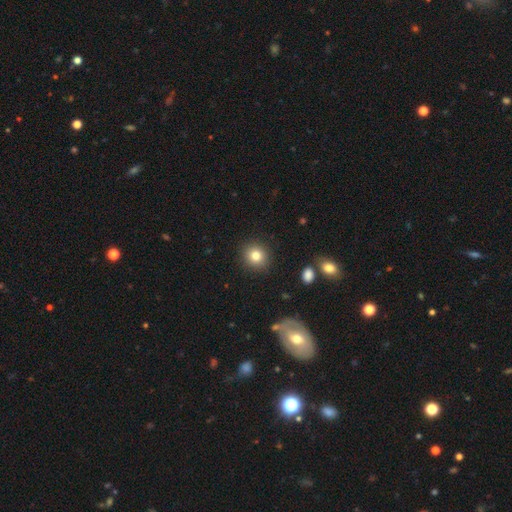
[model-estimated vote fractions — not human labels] Morphology: type=smooth (81%); roundness=round (88%); merging=none (90%).